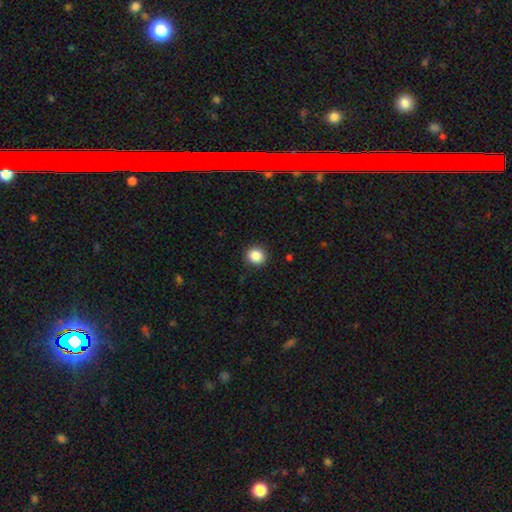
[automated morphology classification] Smooth or featured?
  - smooth: 86% *
  - star or artifact: 10%
  - featured or disk: 4%
How rounded?
  - round: 87% *
  - in between: 12%
  - cigar-shaped: 1%
Merging?
  - none: 91% *
  - minor disturbance: 6%
  - major disturbance: 2%
  - merger: 1%